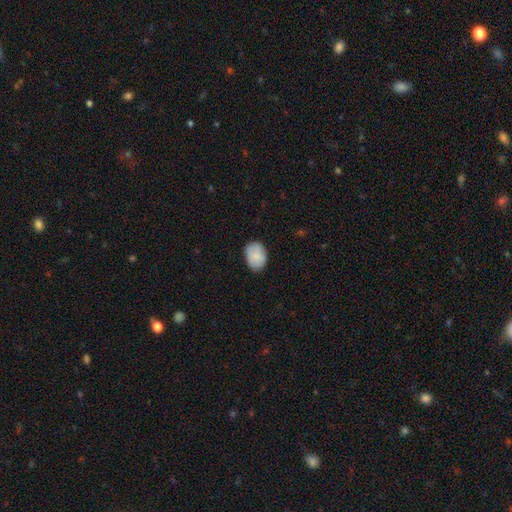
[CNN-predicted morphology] This appears to be a smooth galaxy with no disk features (84%) that is in between round and cigar-shaped (75%). Merging: none (79%).